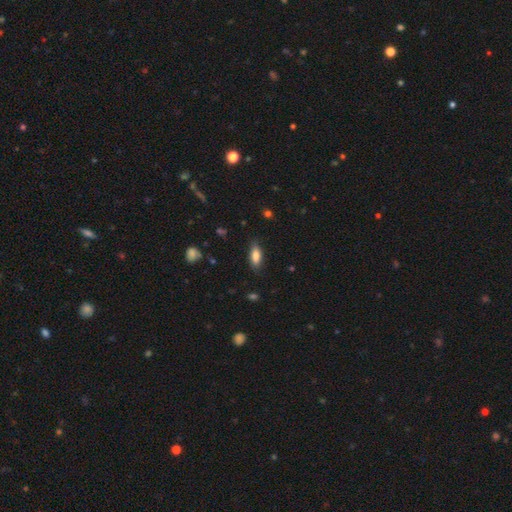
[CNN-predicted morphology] smooth-or-featured: smooth: 80% | featured or disk: 12% | star or artifact: 7%
  how-rounded: in between: 72% | cigar-shaped: 26% | round: 2%
  merging: none: 81% | minor disturbance: 15% | major disturbance: 3% | merger: 1%